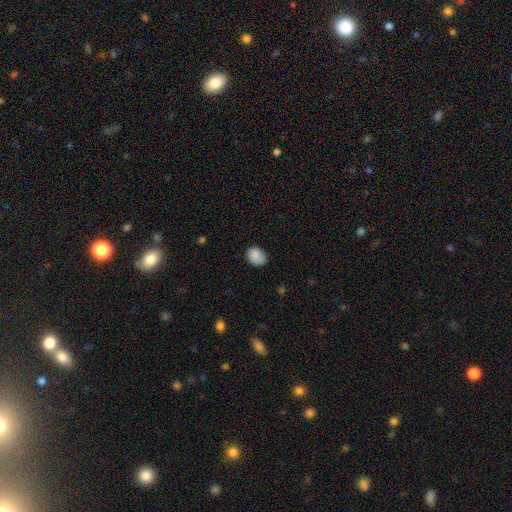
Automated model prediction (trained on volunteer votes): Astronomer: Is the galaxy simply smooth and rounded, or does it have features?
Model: smooth — 84%.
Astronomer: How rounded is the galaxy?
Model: in between — 54% (runner-up: round, 45%).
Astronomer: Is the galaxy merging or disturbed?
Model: none — 67%.